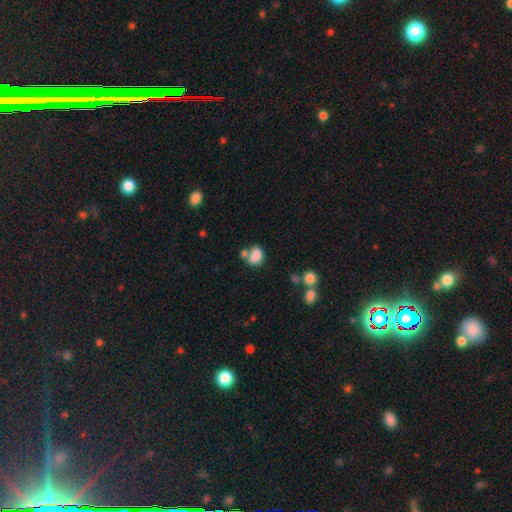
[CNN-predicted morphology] Smooth or featured: smooth — 79% (featured or disk — 11%)
How rounded: in between — 68% (round — 31%)
Merging: none — 41% (merger — 34%)